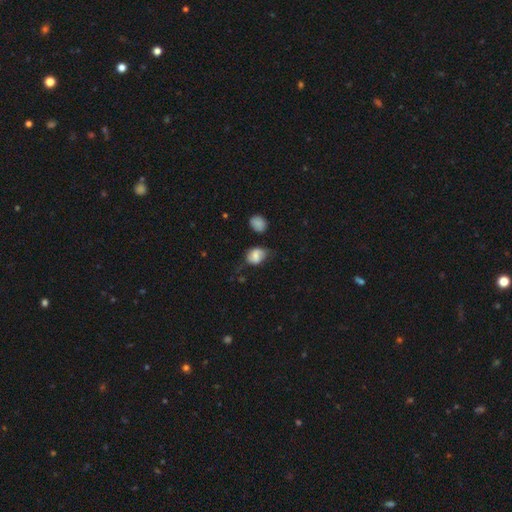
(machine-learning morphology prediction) A smooth galaxy with no disk features (68%) that is in between round and cigar-shaped (57%).

Vote fractions:
- Smooth or featured? smooth: 68% / featured or disk: 22% / star or artifact: 10%
- How rounded? in between: 57% / round: 41% / cigar-shaped: 1%
- Merging? none: 52% / minor disturbance: 31% / major disturbance: 13% / merger: 4%